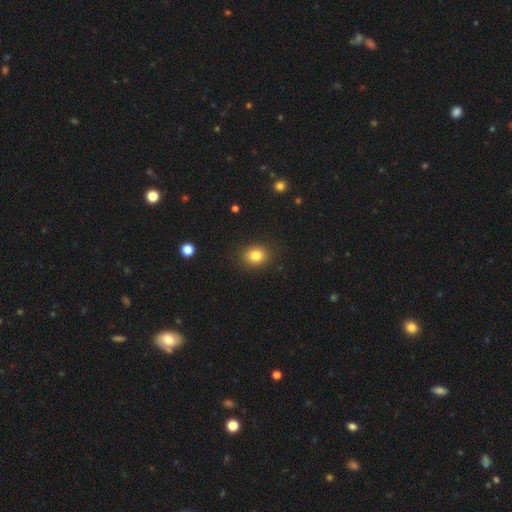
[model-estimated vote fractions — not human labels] Smooth or featured?
  - smooth: 82% *
  - star or artifact: 11%
  - featured or disk: 7%
How rounded?
  - round: 60% *
  - in between: 39%
  - cigar-shaped: 1%
Merging?
  - none: 87% *
  - minor disturbance: 9%
  - major disturbance: 3%
  - merger: 1%